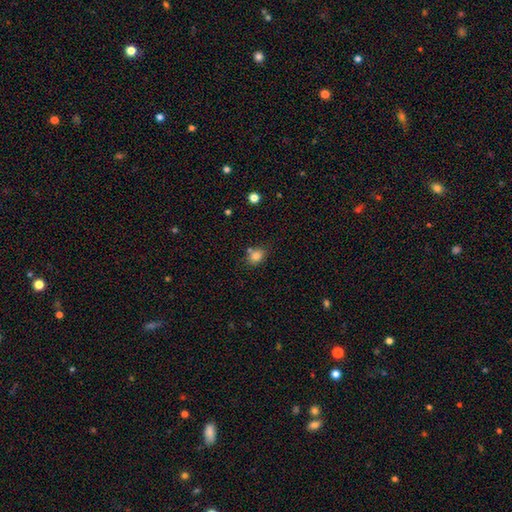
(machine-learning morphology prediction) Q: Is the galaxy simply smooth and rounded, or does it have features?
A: smooth — 82%.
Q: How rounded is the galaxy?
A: in between — 64%.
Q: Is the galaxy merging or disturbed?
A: none — 68%.